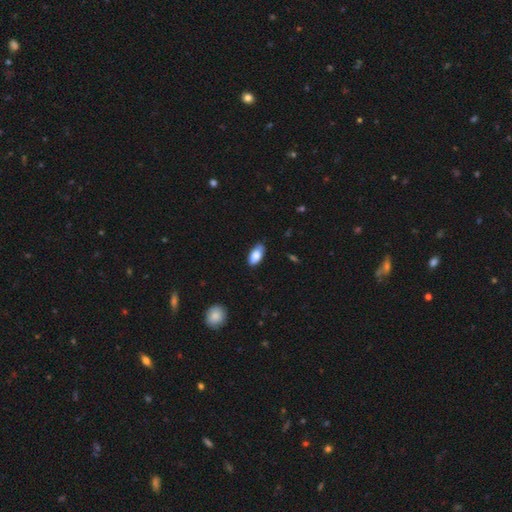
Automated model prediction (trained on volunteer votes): Smooth or featured?
  - smooth: 84% *
  - featured or disk: 10%
  - star or artifact: 6%
How rounded?
  - in between: 93% *
  - cigar-shaped: 5%
  - round: 3%
Merging?
  - none: 76% *
  - minor disturbance: 20%
  - major disturbance: 3%
  - merger: 1%